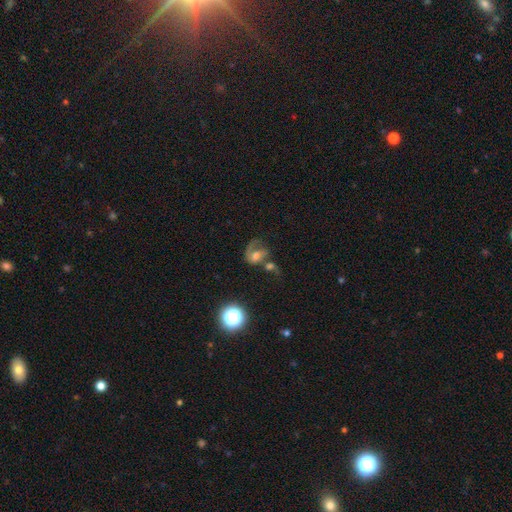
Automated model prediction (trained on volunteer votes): Smooth or featured? featured or disk (55%)
Edge-on disk? no (97%)
Bar? no (58%)
Spiral arms? yes (76%)
Bulge size? moderate (48%)
Merging? merger (39%)